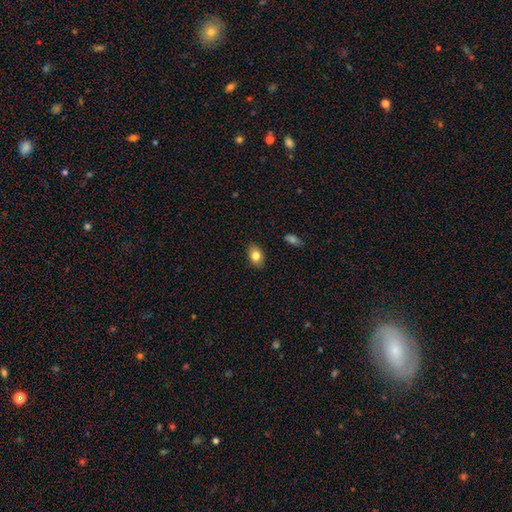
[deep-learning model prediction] Overall: smooth (81%). How rounded: in between (79%). Merging: none (87%).